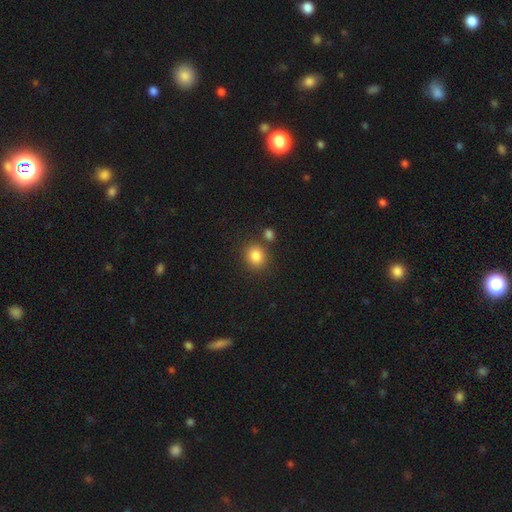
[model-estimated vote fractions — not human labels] smooth 85%, star or artifact 10%, featured or disk 5%. Down the decision tree: how rounded — round (75%); merging — none (77%).